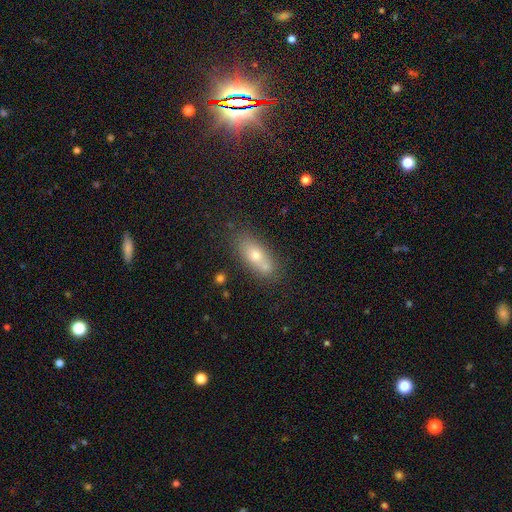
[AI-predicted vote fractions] smooth_or_featured: smooth (p=0.64) [alt: featured or disk p=0.25]
how_rounded: in between (p=0.72) [alt: cigar-shaped p=0.22]
merging: none (p=0.58) [alt: merger p=0.22]